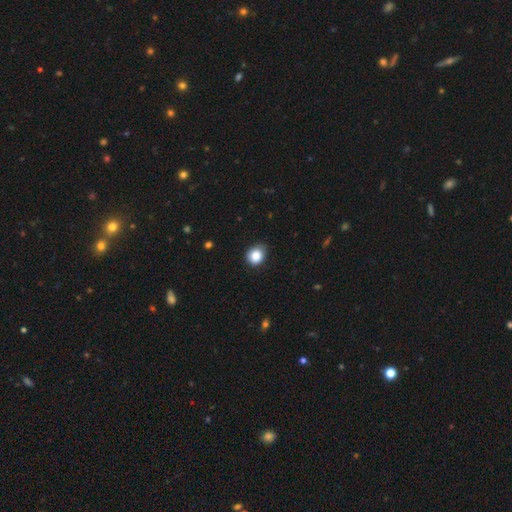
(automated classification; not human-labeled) The model was most divided on "how rounded": round: 72%, in between: 28%, cigar-shaped: 1%. More confident: smooth or featured — smooth (85%); merging — none (72%).